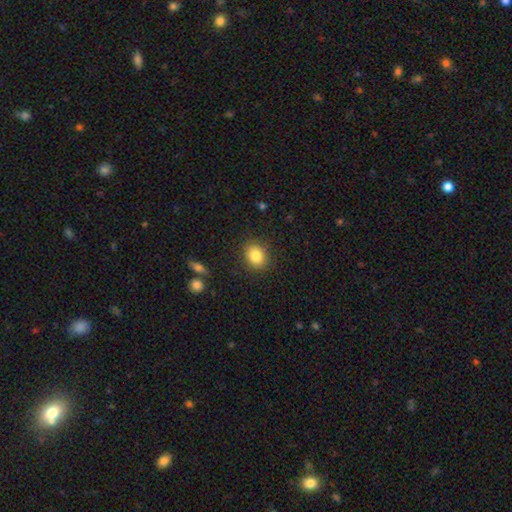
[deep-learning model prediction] A smooth galaxy with no disk features (84%) that is round (51%).

Vote fractions:
- Smooth or featured? smooth: 84% / star or artifact: 9% / featured or disk: 7%
- How rounded? round: 51% / in between: 48% / cigar-shaped: 1%
- Merging? none: 87% / minor disturbance: 9% / major disturbance: 3% / merger: 1%